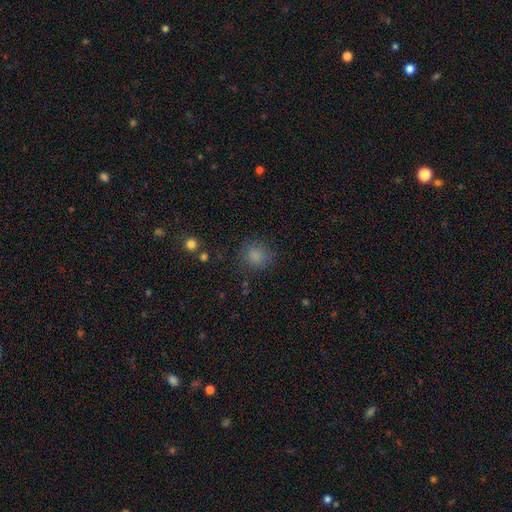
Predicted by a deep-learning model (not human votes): Smooth or featured? smooth (82%)
How rounded? round (83%)
Merging? none (81%)